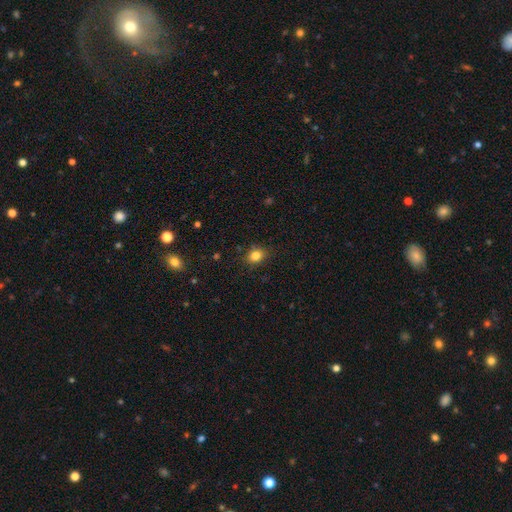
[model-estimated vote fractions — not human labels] smooth_or_featured: smooth (p=0.83) [alt: star or artifact p=0.11]
how_rounded: round (p=0.54) [alt: in between p=0.45]
merging: none (p=0.85) [alt: minor disturbance p=0.12]